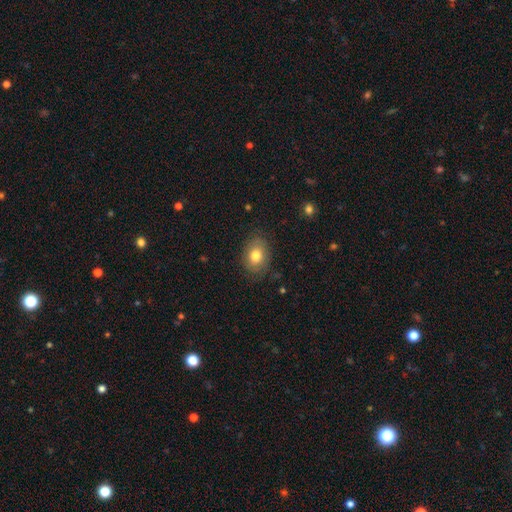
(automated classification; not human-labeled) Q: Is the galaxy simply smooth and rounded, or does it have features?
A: smooth — 77%.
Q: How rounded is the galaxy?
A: in between — 66%.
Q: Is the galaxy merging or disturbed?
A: none — 79%.